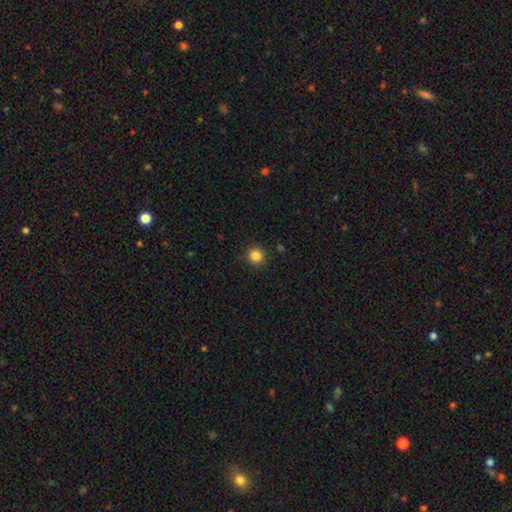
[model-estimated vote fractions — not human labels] A smooth galaxy with no disk features (84%) that is round (94%). Merging: none (91%).